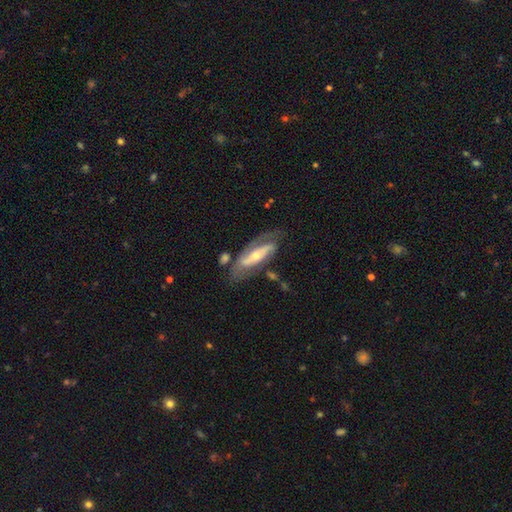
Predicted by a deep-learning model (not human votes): This appears to be a featured or disk galaxy (78%) with a strong bar (39%), 2 (73%) medium (40%) spiral arms (84%) and a small central bulge (49%). Merging: none (60%).